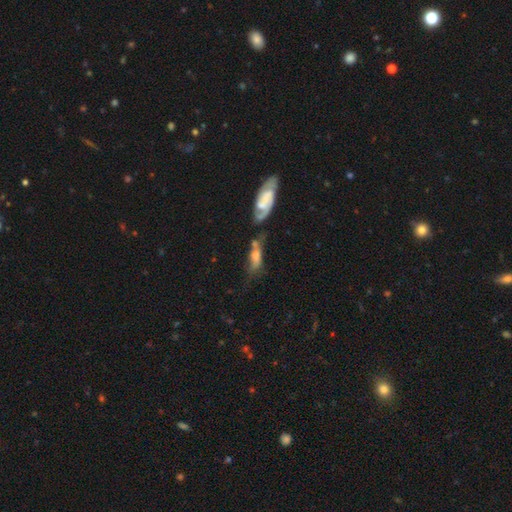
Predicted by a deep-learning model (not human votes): Smooth or featured?
  - smooth: 48% *
  - featured or disk: 43%
  - star or artifact: 9%
Merging?
  - merger: 38% *
  - none: 25%
  - major disturbance: 18%
  - minor disturbance: 18%